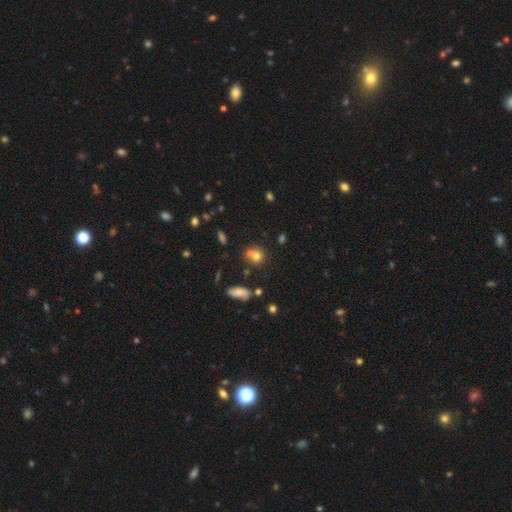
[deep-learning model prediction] The model was most divided on "merging": none: 46%, merger: 38%, minor disturbance: 12%, major disturbance: 5%. More confident: how rounded — round (74%); smooth or featured — smooth (72%).